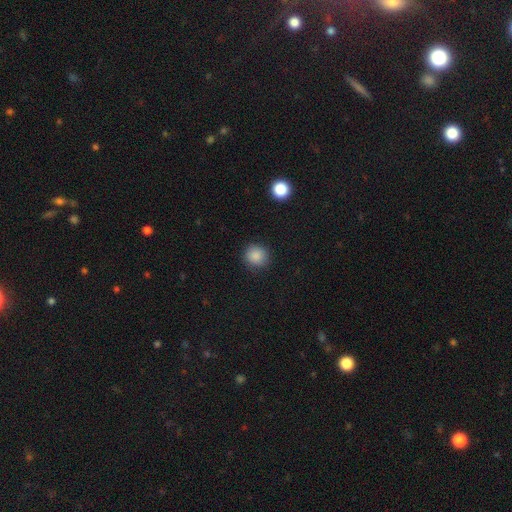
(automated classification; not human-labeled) Overall: smooth (87%). How rounded: round (91%). Merging: none (89%).